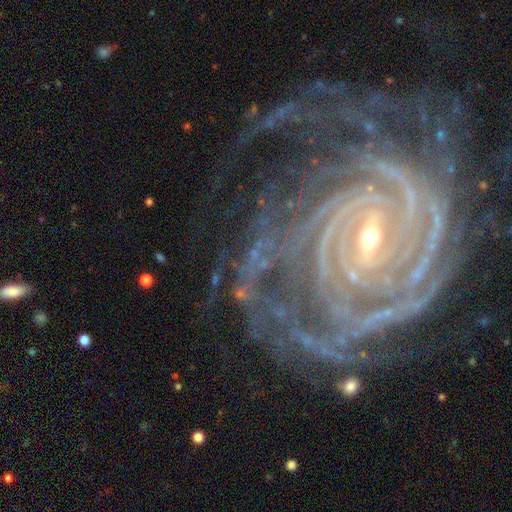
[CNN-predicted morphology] The model was most divided on "spiral arm count": more than 4: 24%, 4: 20%, can't tell: 19%, 3: 15%, 2: 12%, 1: 10%. Remaining: spiral arms — yes (98%); edge-on disk — no (97%); smooth or featured — featured or disk (87%); spiral winding — tight (82%); merging — none (72%); bulge size — small (65%); bar — strong (43%).